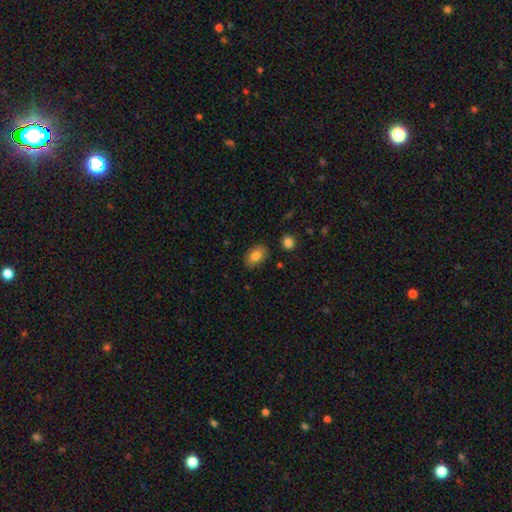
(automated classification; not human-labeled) Smooth or featured? Predicted: smooth (p=0.83). How rounded? Predicted: in between (p=0.87). Merging? Predicted: none (p=0.84).